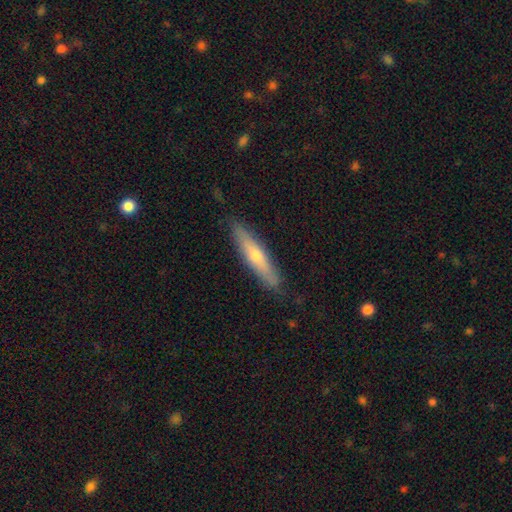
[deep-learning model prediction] This is possibly a smooth galaxy (51%). How rounded: clearly cigar-shaped (86%). Merging: clearly none (85%).